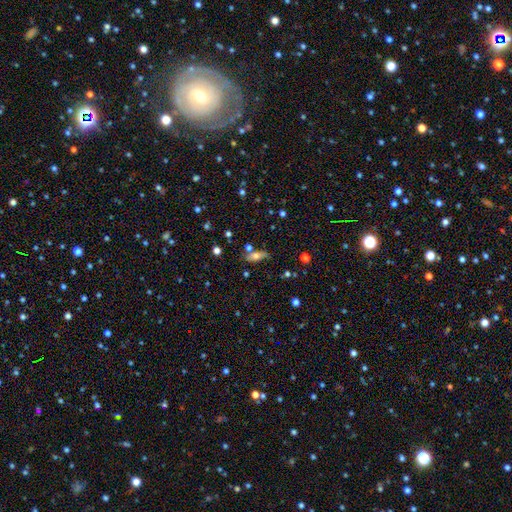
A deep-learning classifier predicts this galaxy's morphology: Smooth or featured: smooth — 62% (featured or disk — 27%)
How rounded: in between — 72% (cigar-shaped — 23%)
Merging: none — 66% (minor disturbance — 17%)